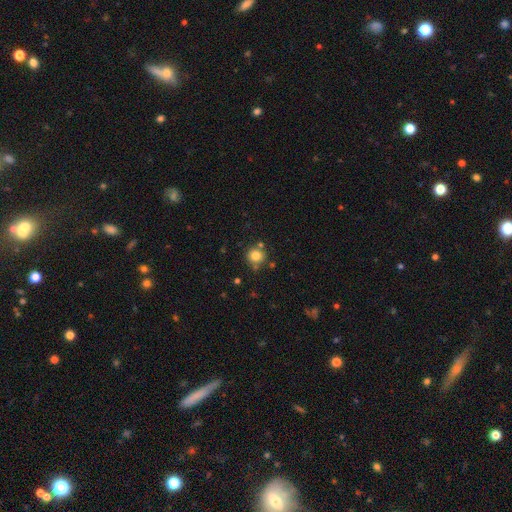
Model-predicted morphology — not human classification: Q: Smooth or featured?
A: smooth (80%); runner-up: star or artifact (12%)
Q: How rounded?
A: round (91%); runner-up: in between (8%)
Q: Merging?
A: none (76%); runner-up: minor disturbance (11%)